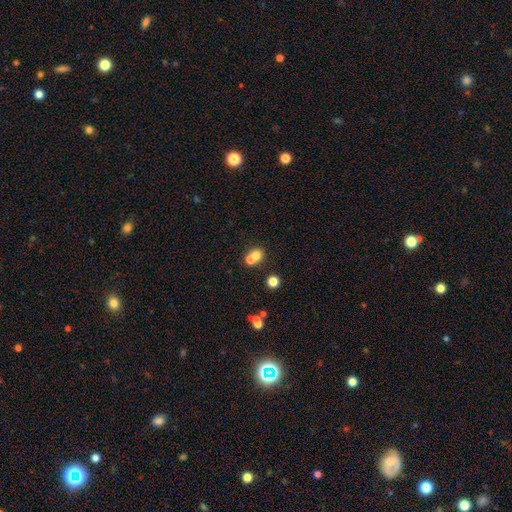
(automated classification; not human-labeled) Smooth or featured: smooth — 70% (featured or disk — 16%)
How rounded: round — 75% (in between — 24%)
Merging: merger — 56% (none — 35%)